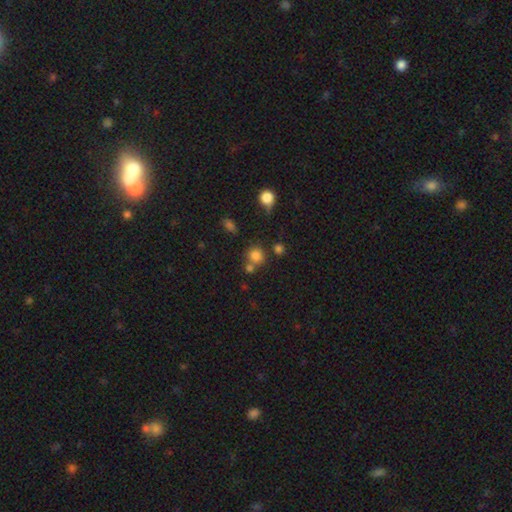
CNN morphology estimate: Smooth or featured? Predicted: smooth (p=0.77). How rounded? Predicted: round (p=0.88). Merging? Predicted: none (p=0.62).